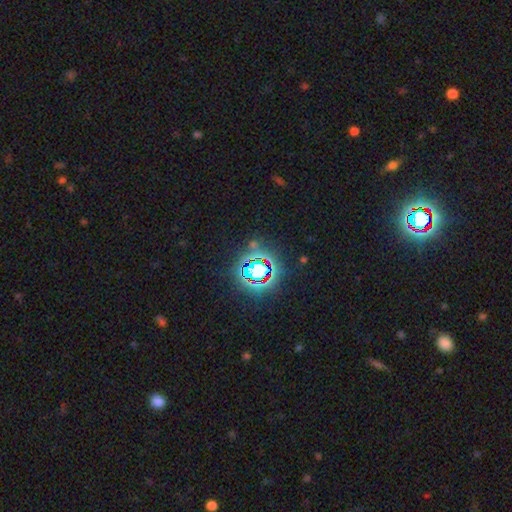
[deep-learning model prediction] star or artifact 82%, smooth 11%, featured or disk 7%.